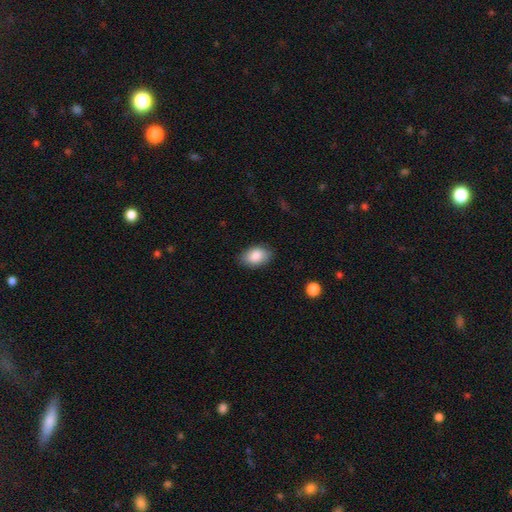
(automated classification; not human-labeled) Q: Smooth or featured?
A: smooth (87%); runner-up: star or artifact (7%)
Q: How rounded?
A: in between (89%); runner-up: round (10%)
Q: Merging?
A: none (85%); runner-up: minor disturbance (11%)